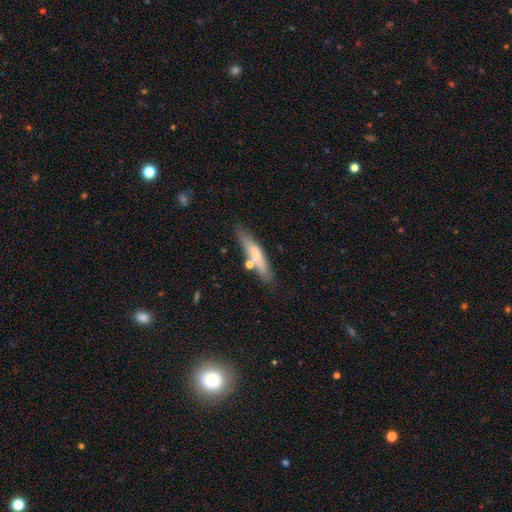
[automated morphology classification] Smooth or featured? Predicted: smooth (p=0.60). How rounded? Predicted: cigar-shaped (p=0.82). Merging? Predicted: none (p=0.70).